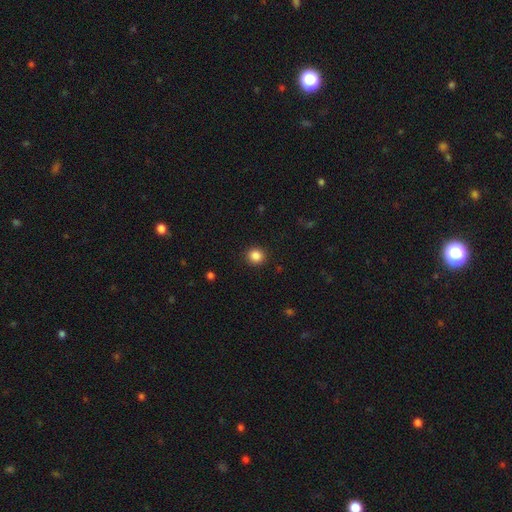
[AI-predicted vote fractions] Morphology: type=smooth (86%); roundness=round (93%); merging=none (92%).